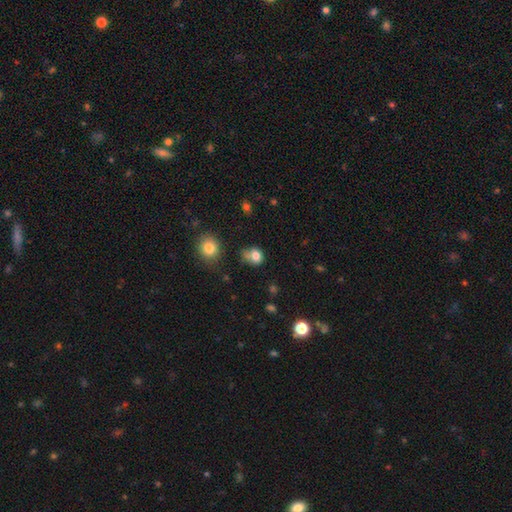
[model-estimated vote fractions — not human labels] Morphology: type=smooth (78%); roundness=round (58%); merging=none (42%).